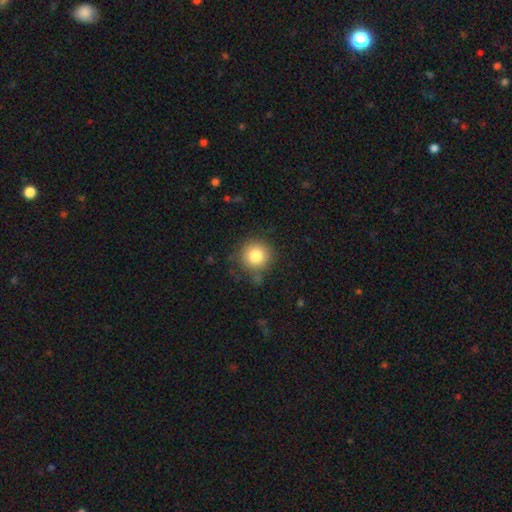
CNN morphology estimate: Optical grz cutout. It shows a smooth galaxy with no disk features (82%) that is round (94%). Merging: none (82%).